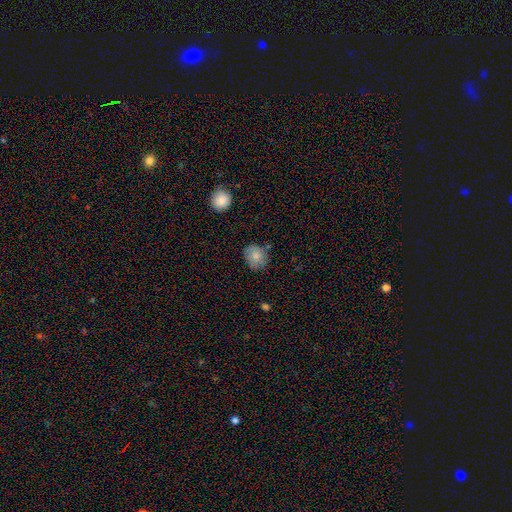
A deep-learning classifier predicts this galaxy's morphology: Smooth or featured: smooth — 80% (featured or disk — 12%)
How rounded: round — 70% (in between — 29%)
Merging: none — 72% (minor disturbance — 21%)